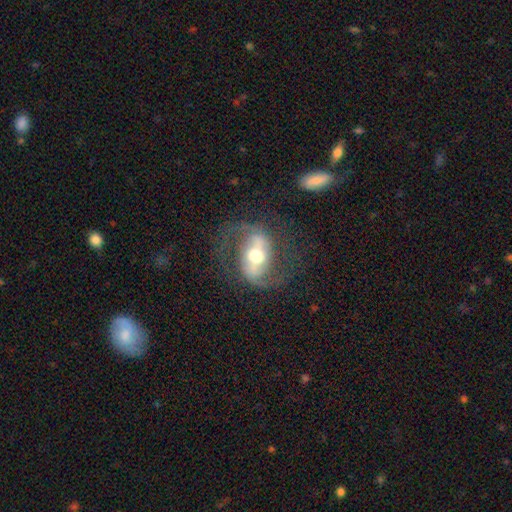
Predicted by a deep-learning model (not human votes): This is clearly a featured or disk galaxy (82%). It is clearly not viewed edge-on (95%). Bar: possibly strong (49%). Spiral arm pattern: clearly yes (89%). Spiral arm count: clearly 2 (91%). Spiral winding: possibly medium (50%). Central bulge: likely moderate (67%). Merging: likely none (71%).